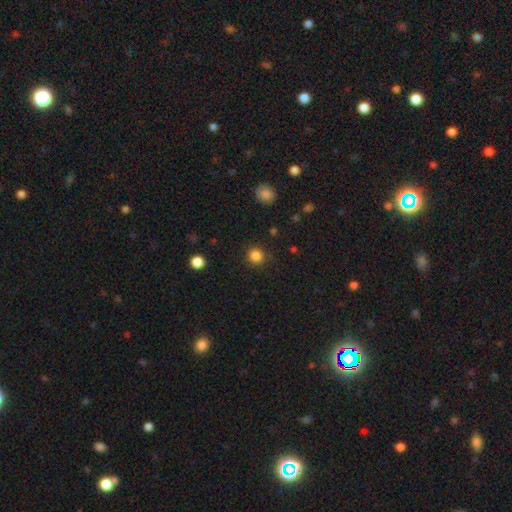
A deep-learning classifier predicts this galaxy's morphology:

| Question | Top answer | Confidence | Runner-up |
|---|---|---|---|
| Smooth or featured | smooth | 85% | star or artifact (12%) |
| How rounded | round | 94% | in between (5%) |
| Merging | none | 89% | minor disturbance (7%) |